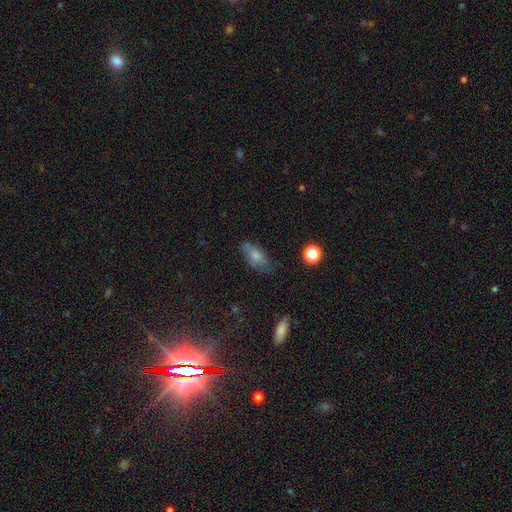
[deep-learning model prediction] A smooth galaxy with no disk features (71%) that is in between round and cigar-shaped (83%). Merging: none (64%).